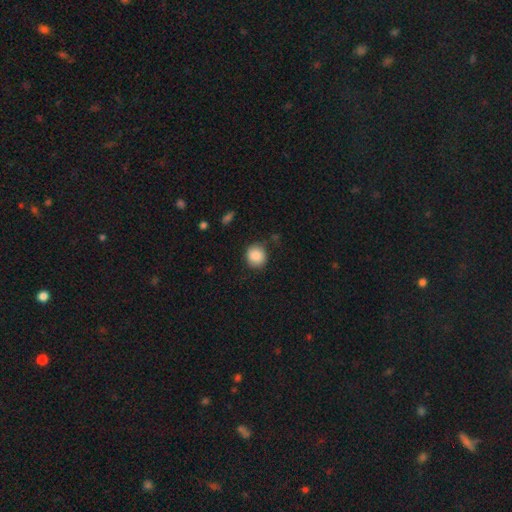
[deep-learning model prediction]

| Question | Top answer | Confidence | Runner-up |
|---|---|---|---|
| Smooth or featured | smooth | 87% | star or artifact (8%) |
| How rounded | round | 85% | in between (14%) |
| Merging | none | 77% | minor disturbance (16%) |